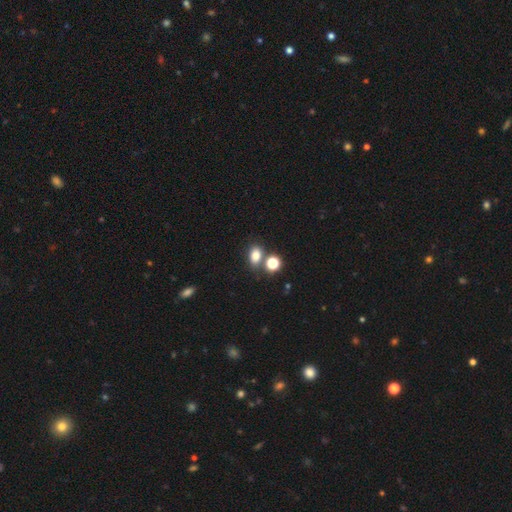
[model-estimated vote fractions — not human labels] Smooth or featured: smooth — 79% (star or artifact — 14%)
How rounded: in between — 69% (round — 30%)
Merging: none — 65% (merger — 21%)